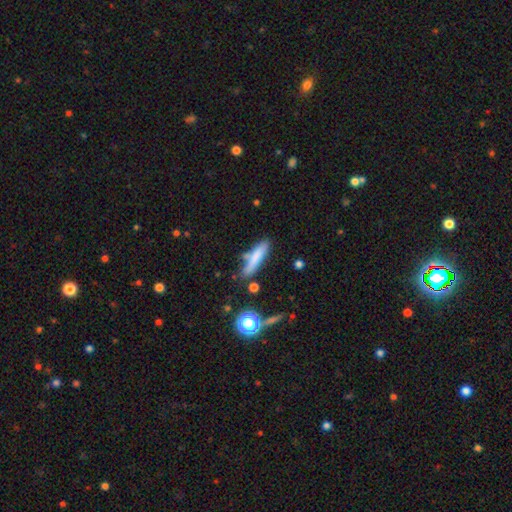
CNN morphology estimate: Smooth or featured? smooth (73%)
How rounded? cigar-shaped (78%)
Merging? none (62%)